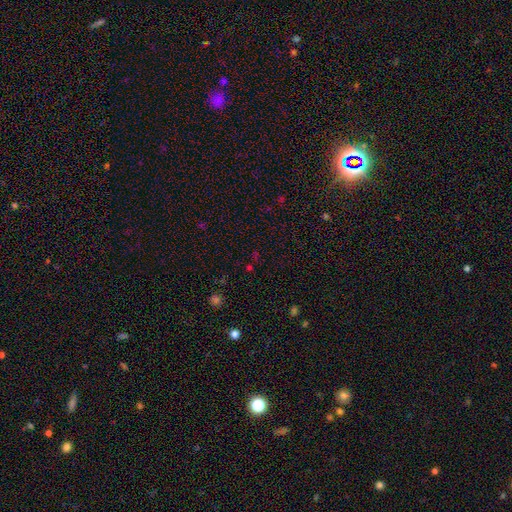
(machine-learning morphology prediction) star or artifact 61%, smooth 31%, featured or disk 8%.